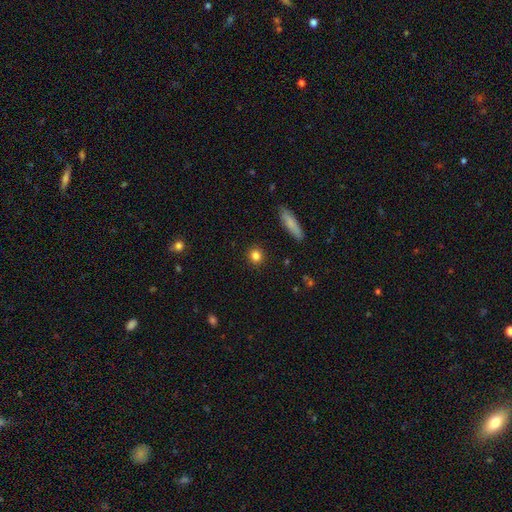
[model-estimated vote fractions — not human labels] A smooth galaxy with no disk features (83%) that is round (86%). Merging: none (91%).